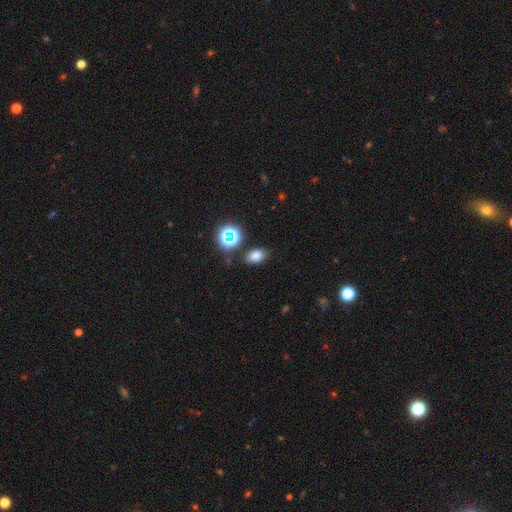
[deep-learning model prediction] Smooth or featured: smooth — 75% (star or artifact — 19%)
How rounded: in between — 83% (round — 16%)
Merging: none — 81% (minor disturbance — 12%)